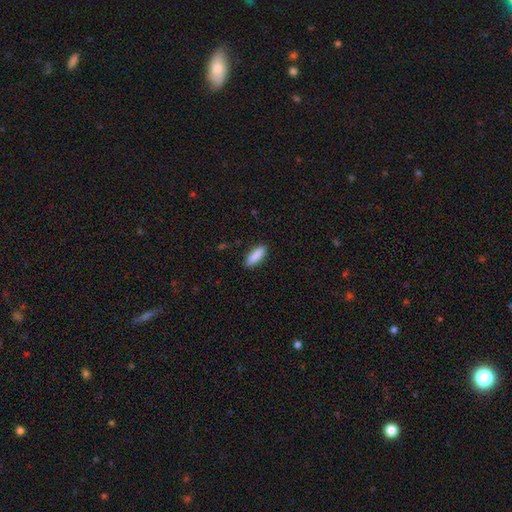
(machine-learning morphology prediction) The model was most divided on "how rounded": in between: 56%, cigar-shaped: 42%, round: 2%. More confident: smooth or featured — smooth (89%); merging — none (88%).